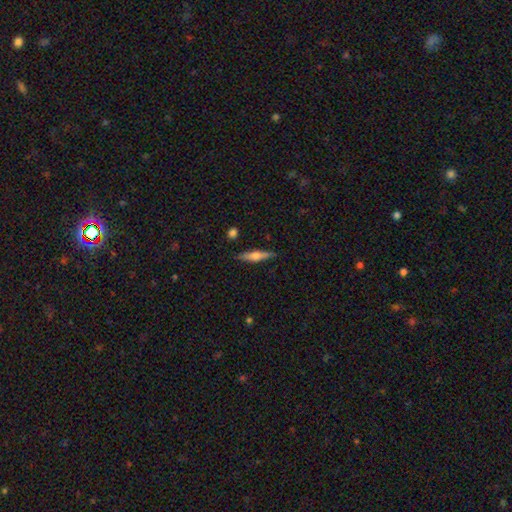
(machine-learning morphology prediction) This appears to be a featured or disk galaxy (50%) viewed edge-on (95%). Merging: none (87%).